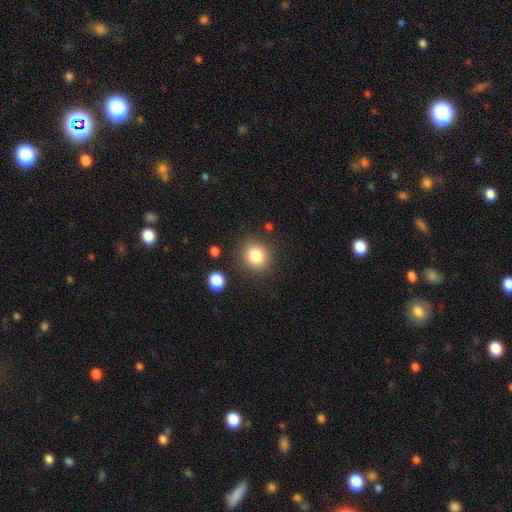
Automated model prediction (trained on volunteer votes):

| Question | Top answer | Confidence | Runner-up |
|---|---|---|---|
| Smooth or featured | smooth | 83% | star or artifact (10%) |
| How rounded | round | 81% | in between (18%) |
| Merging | none | 85% | minor disturbance (9%) |